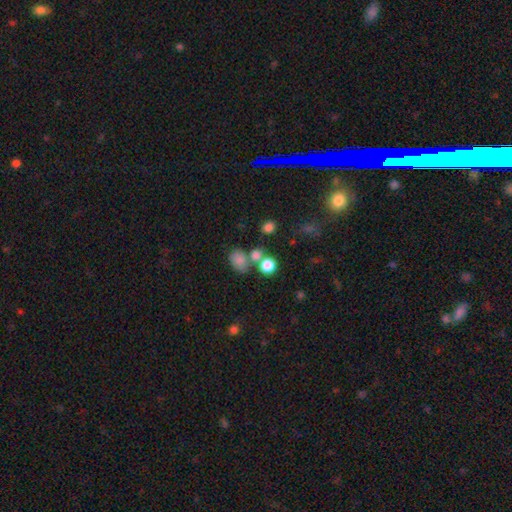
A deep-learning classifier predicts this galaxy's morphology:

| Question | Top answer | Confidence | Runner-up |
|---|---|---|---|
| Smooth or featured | smooth | 77% | star or artifact (15%) |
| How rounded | round | 63% | in between (36%) |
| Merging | none | 52% | merger (31%) |